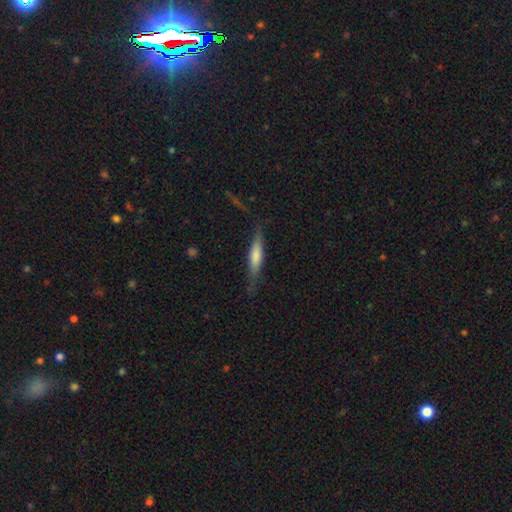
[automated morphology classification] This is possibly a smooth galaxy (58%). How rounded: likely cigar-shaped (79%). Merging: likely none (76%).